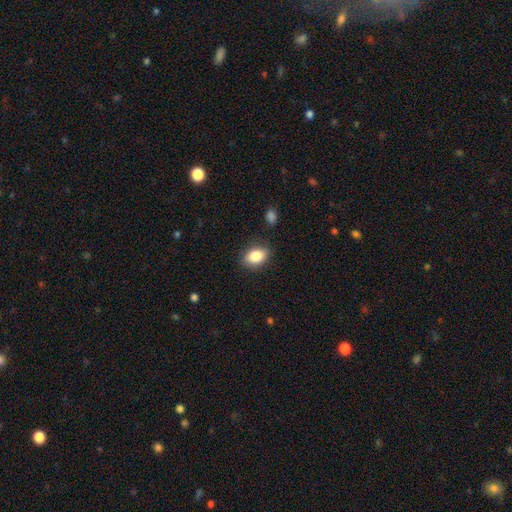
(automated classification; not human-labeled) smooth 84%, star or artifact 8%, featured or disk 8%. Down the decision tree: how rounded — in between (80%); merging — none (82%).